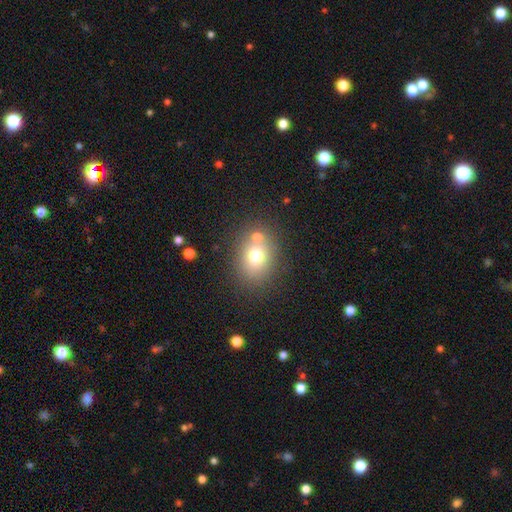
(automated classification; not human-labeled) Smooth or featured? smooth (71%)
How rounded? in between (53%)
Merging? none (63%)